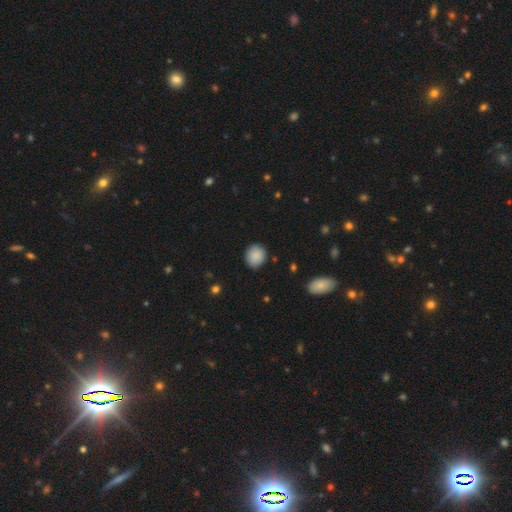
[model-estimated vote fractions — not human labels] Overall: smooth (88%). How rounded: round (73%). Merging: none (85%).